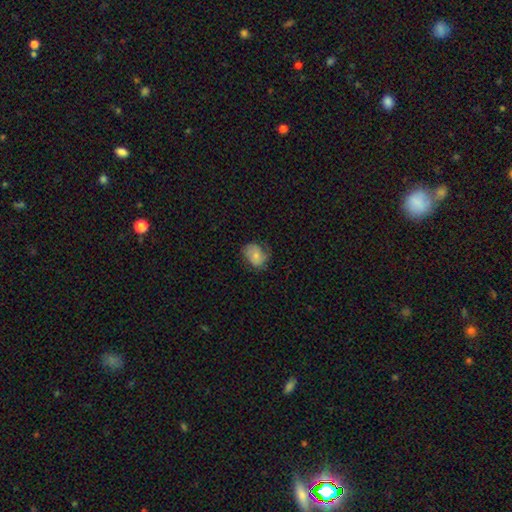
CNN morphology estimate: type=smooth (56%); roundness=in between (53%); merging=none (56%).